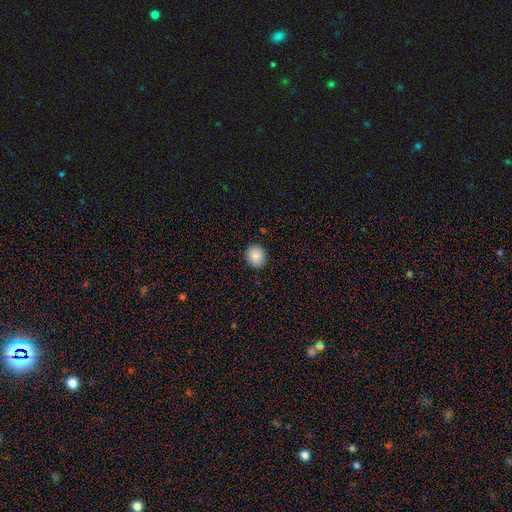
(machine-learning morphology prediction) type=smooth (88%); roundness=round (75%); merging=none (90%).